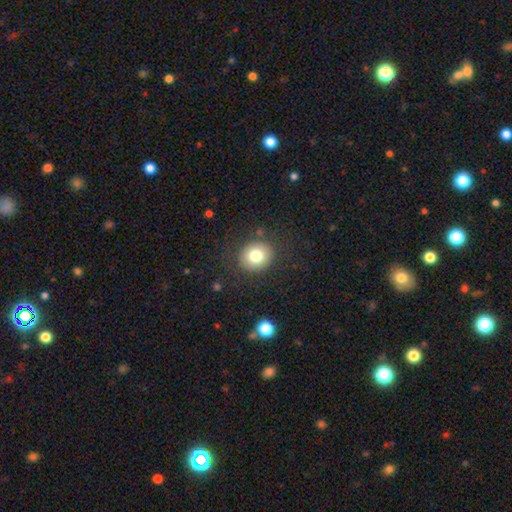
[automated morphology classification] Q: Smooth or featured?
A: smooth (78%); runner-up: featured or disk (11%)
Q: How rounded?
A: round (77%); runner-up: in between (22%)
Q: Merging?
A: none (86%); runner-up: minor disturbance (8%)